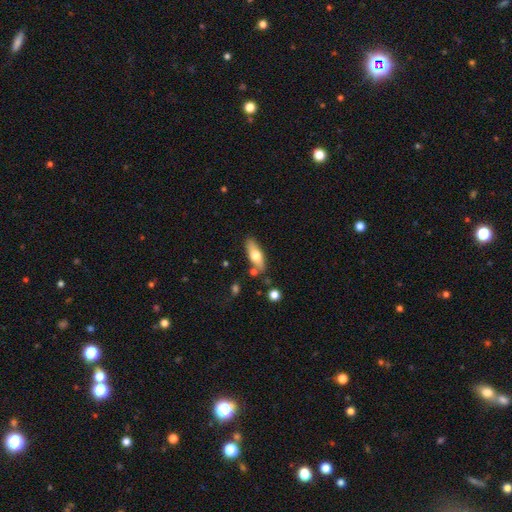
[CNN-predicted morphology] type=smooth (64%); roundness=in between (61%); merging=none (79%).